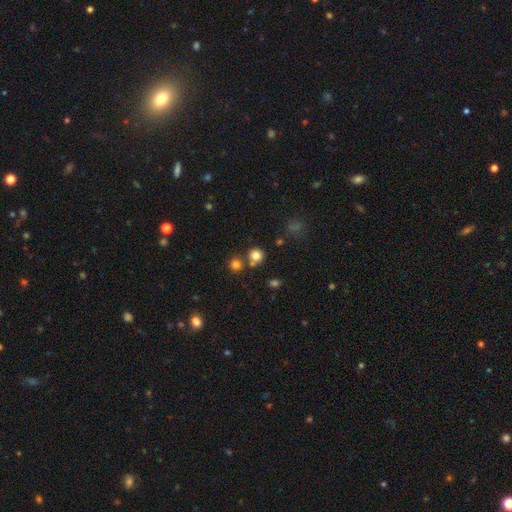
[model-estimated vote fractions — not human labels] smooth 79%, star or artifact 14%, featured or disk 7%. Down the decision tree: how rounded — round (90%); merging — none (68%).